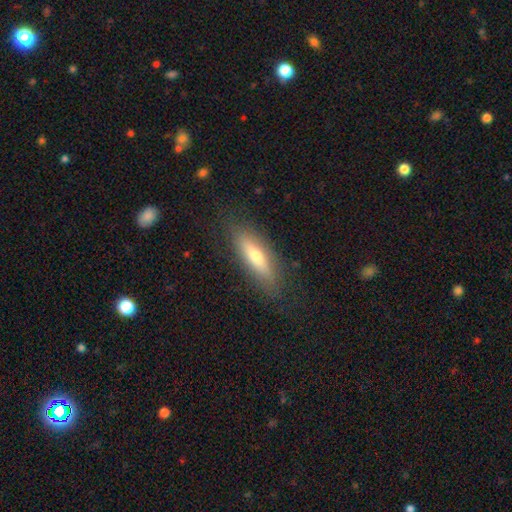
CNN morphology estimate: Q: Smooth or featured?
A: smooth (58%); runner-up: featured or disk (35%)
Q: How rounded?
A: cigar-shaped (58%); runner-up: in between (40%)
Q: Merging?
A: none (83%); runner-up: minor disturbance (12%)